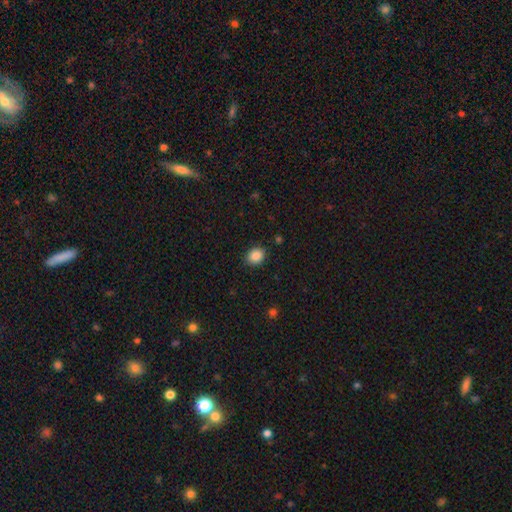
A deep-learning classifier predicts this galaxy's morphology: Q: Smooth or featured?
A: smooth (87%); runner-up: star or artifact (9%)
Q: How rounded?
A: round (61%); runner-up: in between (38%)
Q: Merging?
A: none (89%); runner-up: minor disturbance (8%)